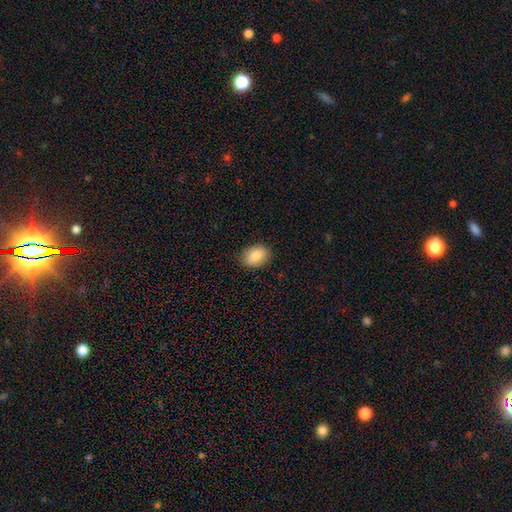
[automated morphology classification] Smooth or featured? smooth (86%)
How rounded? in between (72%)
Merging? none (87%)